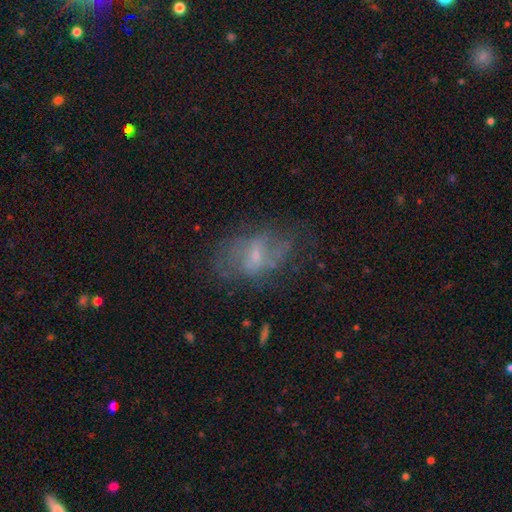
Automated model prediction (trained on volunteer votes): Smooth or featured: featured or disk — 56% (smooth — 32%)
Edge-on disk: no — 95% (yes — 5%)
Bar: no — 44% (tied with weak — 44%)
Spiral arms: no — 63% (yes — 37%)
Bulge size: small — 57% (moderate — 27%)
Merging: none — 46% (major disturbance — 27%)